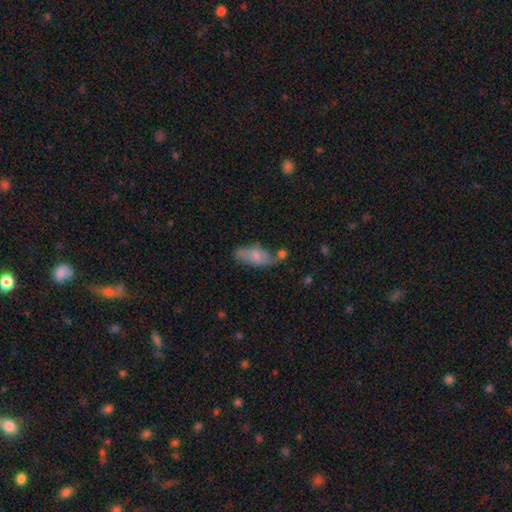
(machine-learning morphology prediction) smooth 70%, featured or disk 24%, star or artifact 7%. Down the decision tree: how rounded — in between (87%); merging — none (52%).